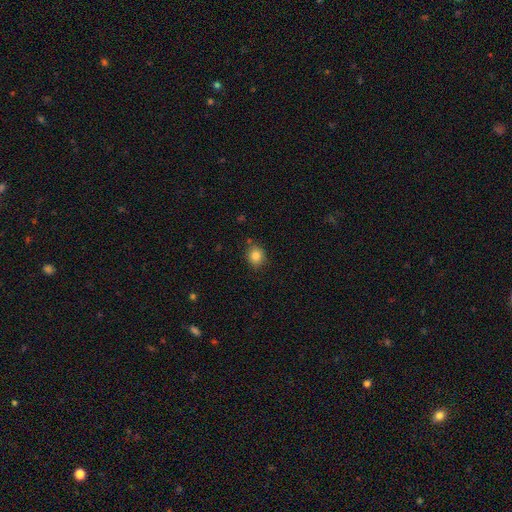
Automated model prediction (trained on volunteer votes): This is clearly a smooth galaxy (84%). How rounded: likely round (79%). Merging: clearly none (83%).